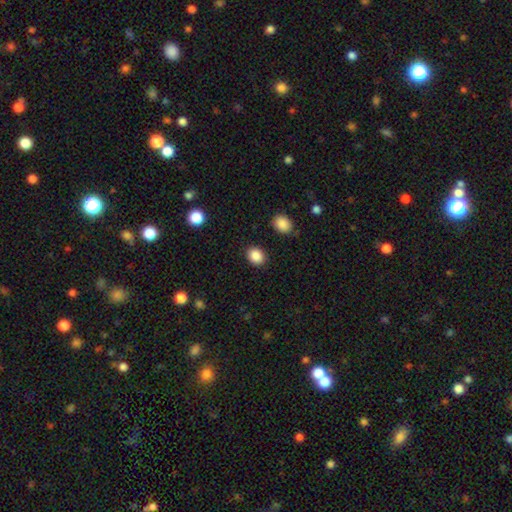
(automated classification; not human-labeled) Q: Smooth or featured?
A: smooth (88%); runner-up: star or artifact (9%)
Q: How rounded?
A: round (52%); runner-up: in between (47%)
Q: Merging?
A: none (87%); runner-up: minor disturbance (8%)